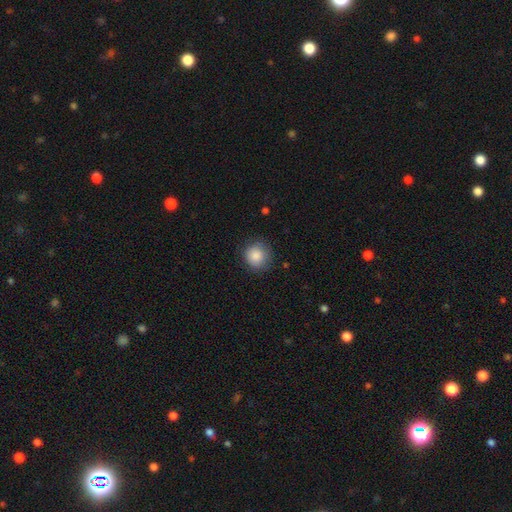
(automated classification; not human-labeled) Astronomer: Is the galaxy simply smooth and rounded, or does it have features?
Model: smooth — 87%.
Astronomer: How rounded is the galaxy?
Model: round — 92%.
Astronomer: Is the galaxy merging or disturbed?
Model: none — 83%.